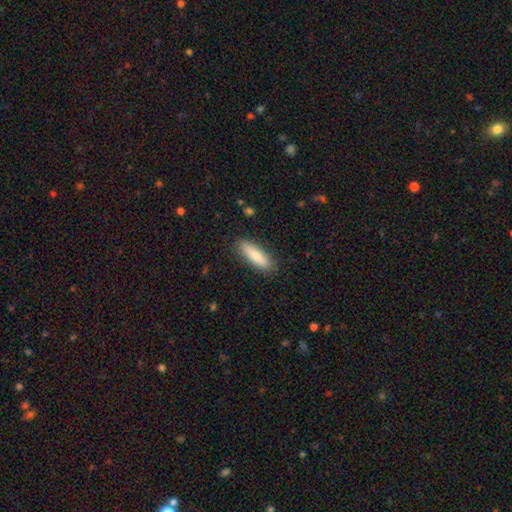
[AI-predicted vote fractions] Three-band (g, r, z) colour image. It shows a smooth galaxy with no disk features (78%) that is cigar-shaped (61%). Merging: none (86%).